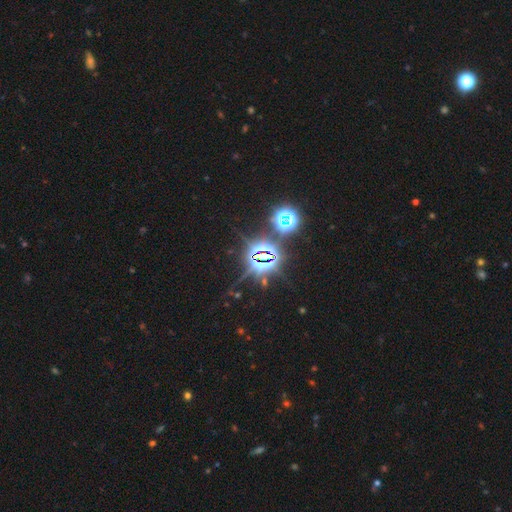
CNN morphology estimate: star or artifact 82%, smooth 9%, featured or disk 9%.